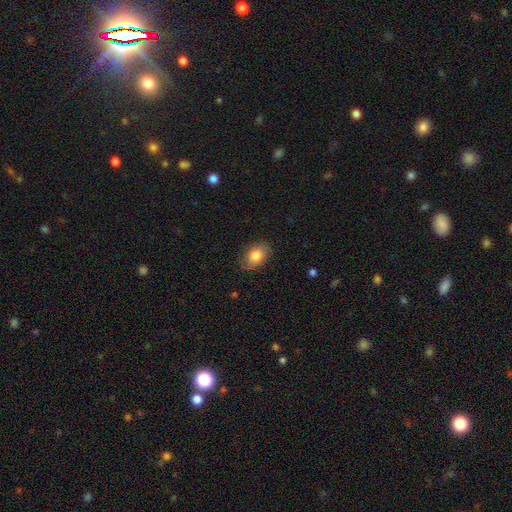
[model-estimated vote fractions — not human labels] Q: Smooth or featured?
A: smooth (80%); runner-up: featured or disk (13%)
Q: How rounded?
A: in between (80%); runner-up: round (19%)
Q: Merging?
A: none (78%); runner-up: minor disturbance (17%)